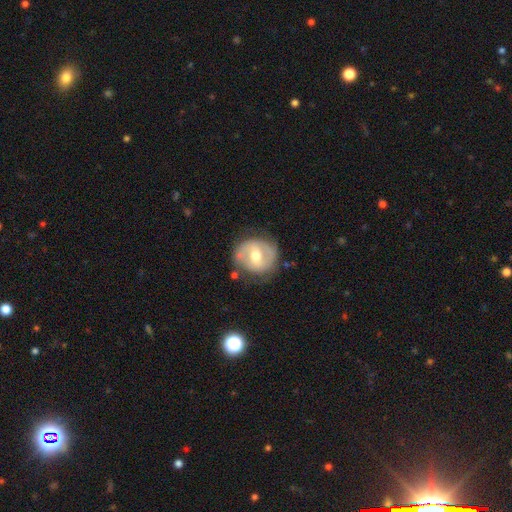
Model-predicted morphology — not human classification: smooth-or-featured: featured or disk: 62% | smooth: 32% | star or artifact: 6%
  disk-edge-on: no: 97% | yes: 3%
    bar: weak: 47% | no: 30% | strong: 23%
    has-spiral-arms: yes: 60% | no: 40%
    bulge-size: moderate: 76% | small: 12% | large: 10% | none: 1% | dominant: 1%
  merging: none: 71% | minor disturbance: 19% | major disturbance: 7% | merger: 3%